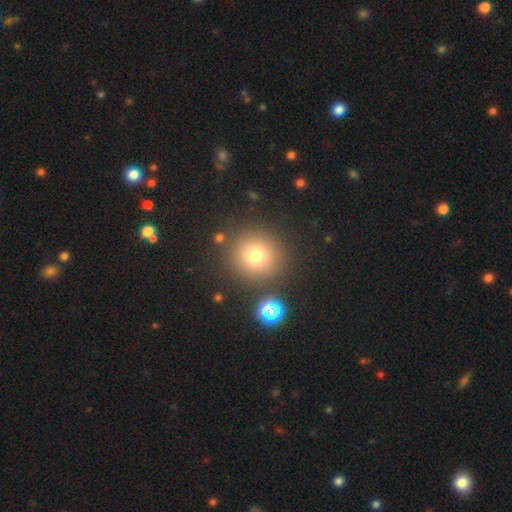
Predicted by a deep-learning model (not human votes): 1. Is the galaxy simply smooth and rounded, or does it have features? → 75% smooth, 16% star or artifact, 9% featured or disk.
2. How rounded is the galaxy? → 93% round, 6% in between, 1% cigar-shaped.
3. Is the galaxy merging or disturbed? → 84% none, 7% minor disturbance, 5% merger, 3% major disturbance.